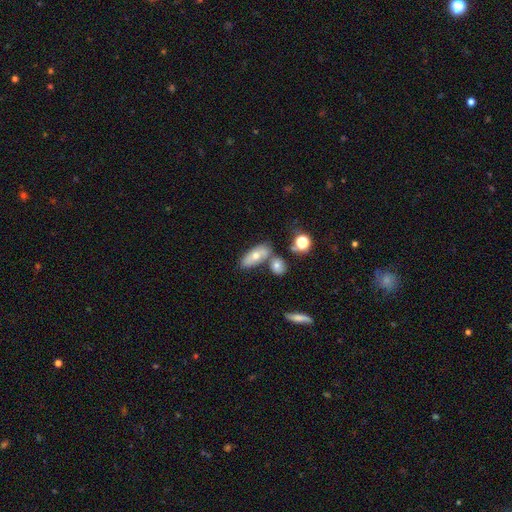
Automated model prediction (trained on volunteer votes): smooth 62%, featured or disk 29%, star or artifact 9%. Down the decision tree: how rounded — in between (78%); merging — none (55%).